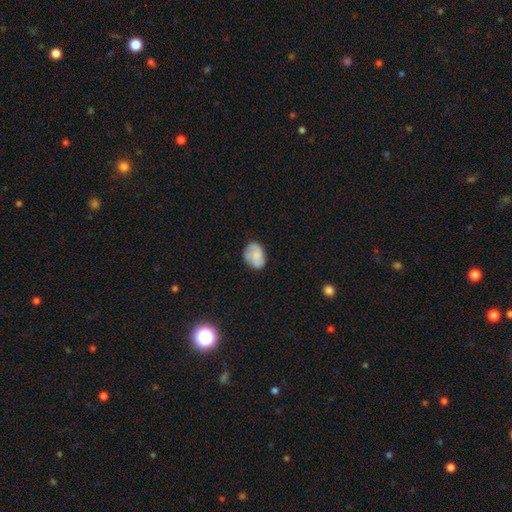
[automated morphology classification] type=smooth (67%); roundness=in between (71%); merging=none (70%).